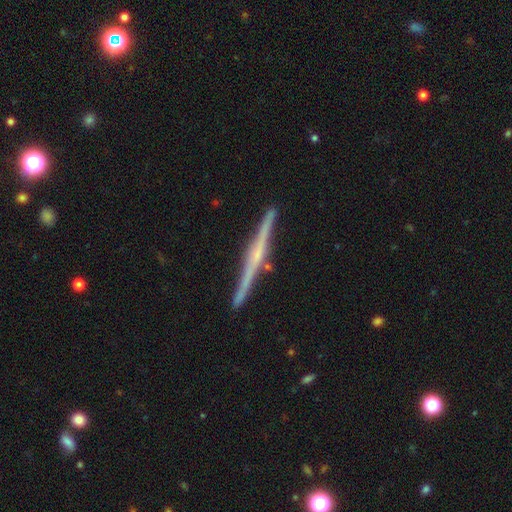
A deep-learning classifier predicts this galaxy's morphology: Smooth or featured? featured or disk (81%)
Edge-on disk? yes (98%)
Edge-on bulge? rounded (54%)
Merging? none (90%)